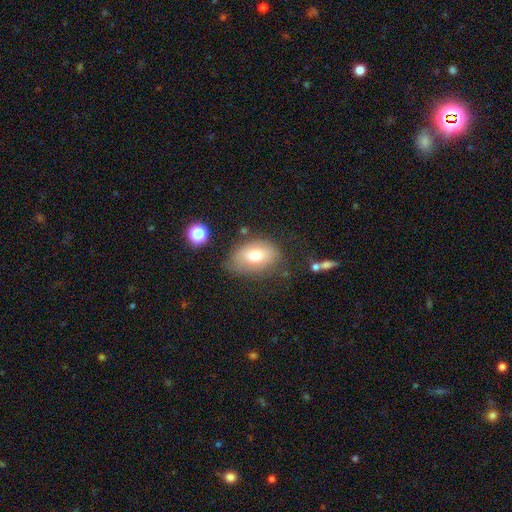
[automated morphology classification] smooth 69%, featured or disk 21%, star or artifact 9%. Down the decision tree: how rounded — in between (85%); merging — none (62%).